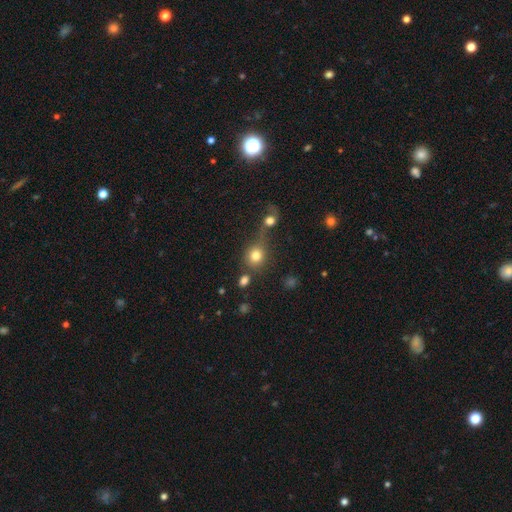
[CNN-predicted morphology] A smooth galaxy with no disk features (80%) that is round (81%). Merging: none (50%).